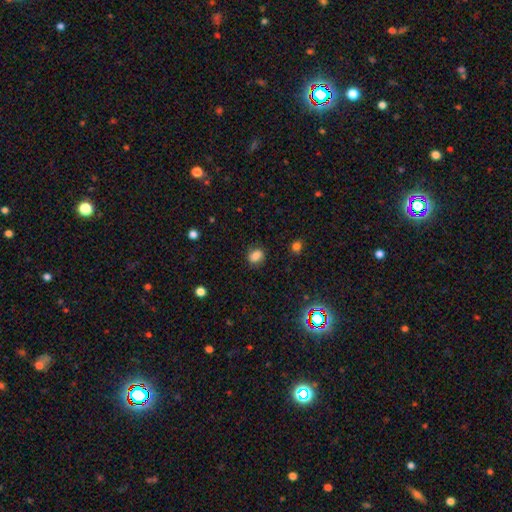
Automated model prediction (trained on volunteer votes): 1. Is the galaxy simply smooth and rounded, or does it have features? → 79% smooth, 11% star or artifact, 10% featured or disk.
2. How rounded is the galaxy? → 50% in between, 49% round, 1% cigar-shaped.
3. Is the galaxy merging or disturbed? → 78% none, 15% minor disturbance, 5% major disturbance, 2% merger.